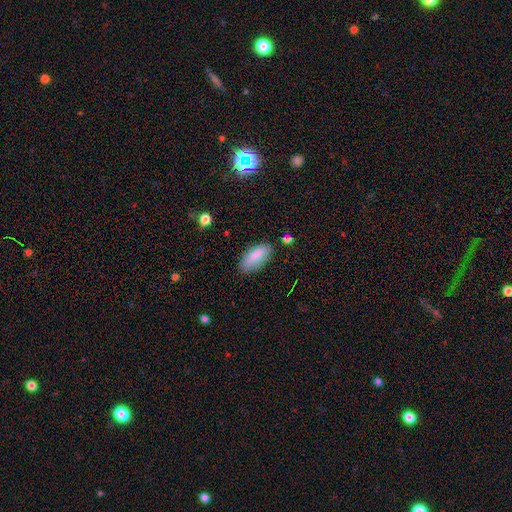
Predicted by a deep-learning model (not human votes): The model was most divided on "merging": none: 80%, minor disturbance: 15%, major disturbance: 3%, merger: 2%. More confident: smooth or featured — smooth (86%); how rounded — in between (82%).